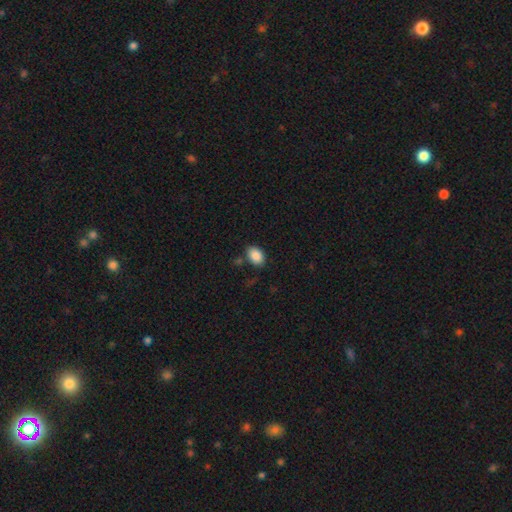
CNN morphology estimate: A smooth galaxy with no disk features (88%) that is in between round and cigar-shaped (84%).

Vote fractions:
- Smooth or featured? smooth: 88% / star or artifact: 8% / featured or disk: 4%
- How rounded? in between: 84% / round: 15% / cigar-shaped: 1%
- Merging? none: 79% / minor disturbance: 12% / merger: 5% / major disturbance: 3%